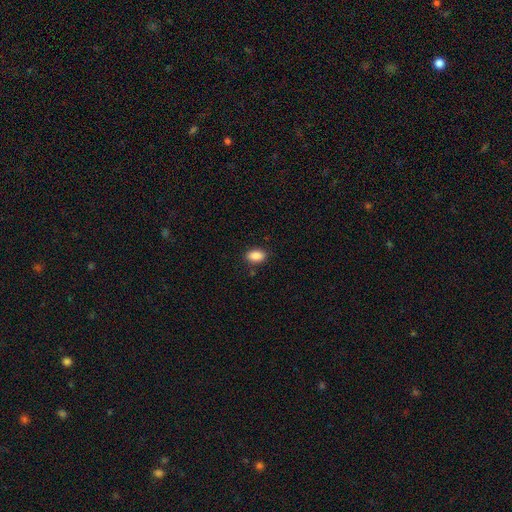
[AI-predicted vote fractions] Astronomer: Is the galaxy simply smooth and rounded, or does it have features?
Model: smooth — 89%.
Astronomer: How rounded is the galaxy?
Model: in between — 90%.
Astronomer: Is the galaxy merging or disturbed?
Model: none — 86%.